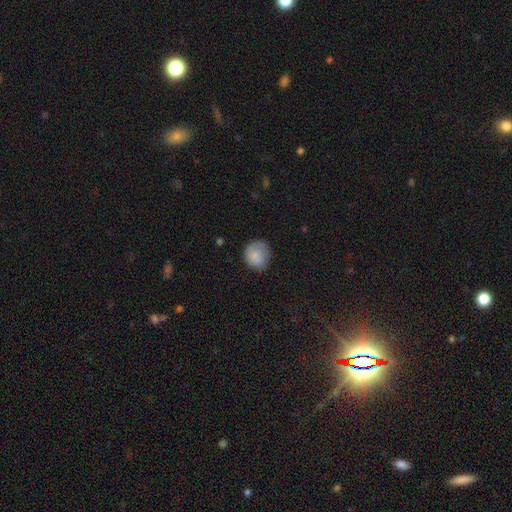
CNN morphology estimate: This is likely a smooth galaxy (79%). How rounded: clearly round (81%). Merging: likely none (67%).